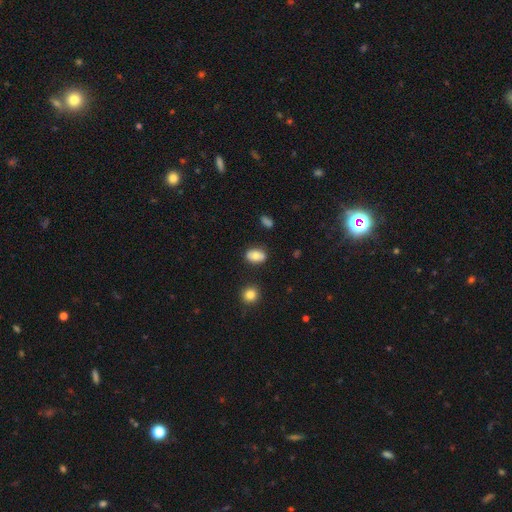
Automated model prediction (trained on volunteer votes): Q: Smooth or featured?
A: smooth (75%); runner-up: featured or disk (17%)
Q: How rounded?
A: in between (81%); runner-up: round (17%)
Q: Merging?
A: none (81%); runner-up: minor disturbance (13%)